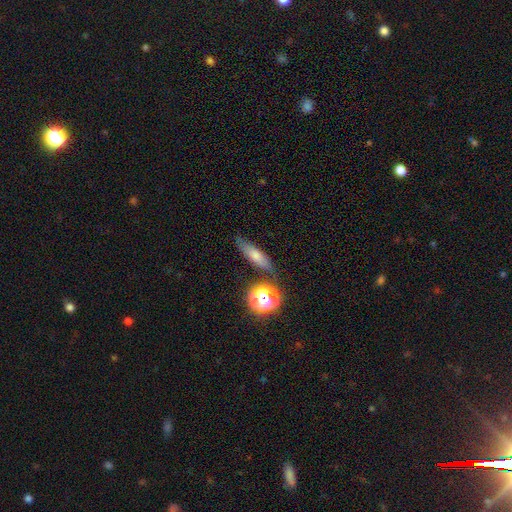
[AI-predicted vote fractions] Overall: smooth (50%; featured or disk 29%). How rounded: cigar-shaped (57%; in between 30%). Merging: none (79%).